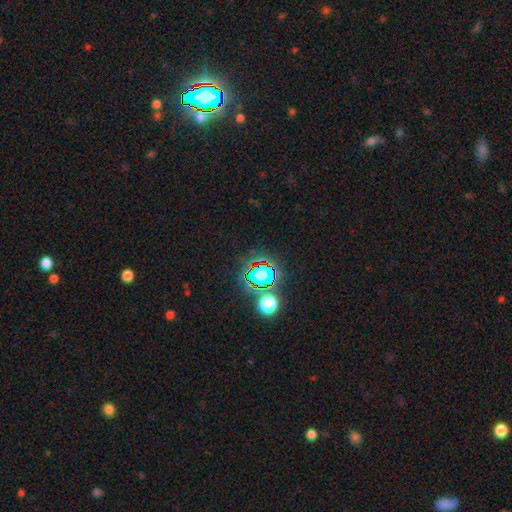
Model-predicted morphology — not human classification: This appears to be a star or artifact, not a galaxy (80%).